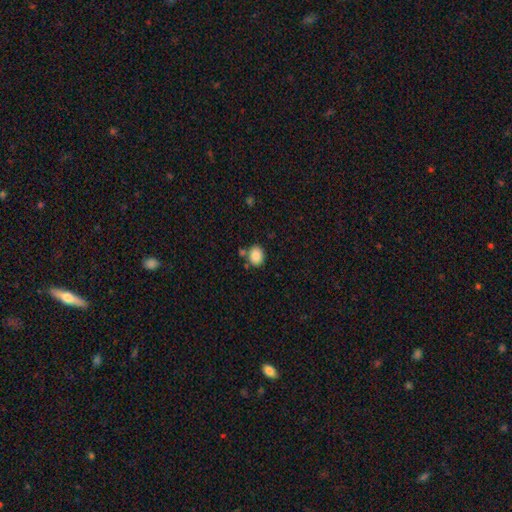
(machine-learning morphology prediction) Q: Smooth or featured?
A: smooth (88%); runner-up: star or artifact (8%)
Q: How rounded?
A: in between (57%); runner-up: round (43%)
Q: Merging?
A: none (71%); runner-up: minor disturbance (13%)